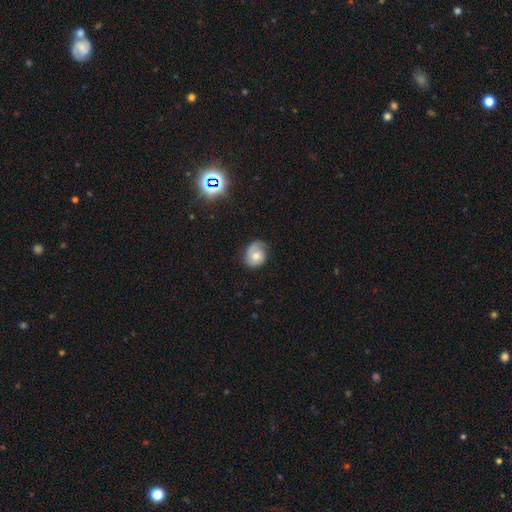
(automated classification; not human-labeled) Overall: smooth (52%; featured or disk 40%). How rounded: round (60%; in between 39%). Merging: none (57%; minor disturbance 30%).